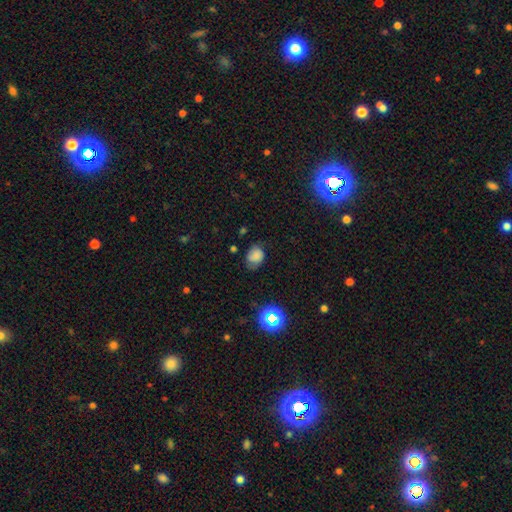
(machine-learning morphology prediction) The model was most divided on "how rounded": in between: 54%, round: 45%, cigar-shaped: 1%. More confident: smooth or featured — smooth (69%); merging — none (58%).